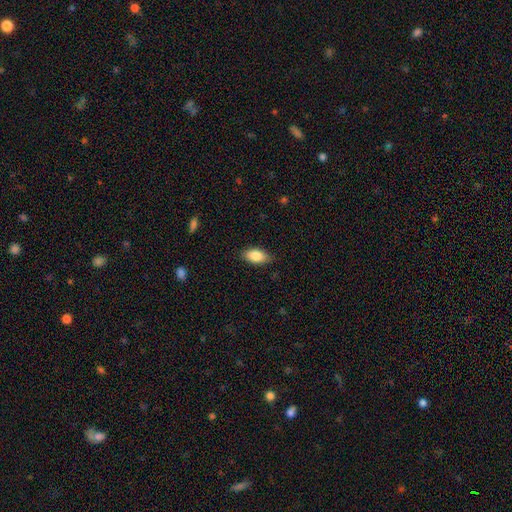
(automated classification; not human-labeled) smooth 85%, featured or disk 9%, star or artifact 7%. Down the decision tree: how rounded — in between (91%); merging — none (84%).